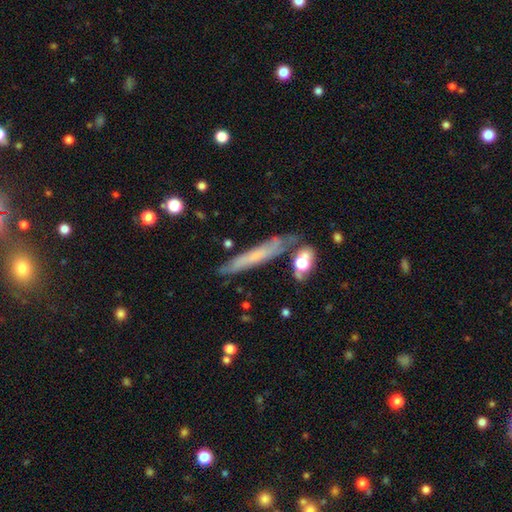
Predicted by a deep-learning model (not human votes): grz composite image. It shows a smooth galaxy with no disk features (52%) that is cigar-shaped (91%). Merging: none (75%).